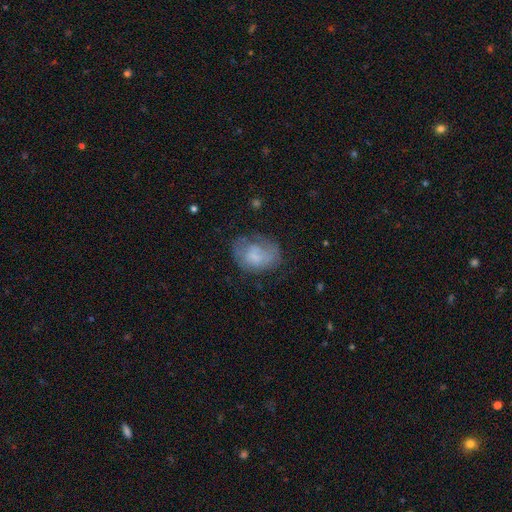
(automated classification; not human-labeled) A smooth galaxy with no disk features (55%) that is in between round and cigar-shaped (63%). Merging: none (51%).